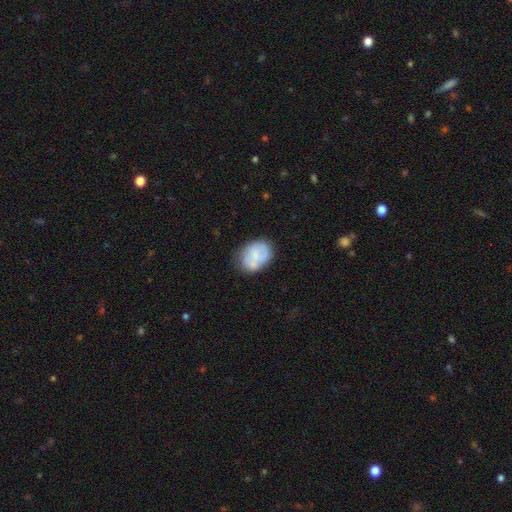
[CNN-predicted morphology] smooth 58%, featured or disk 34%, star or artifact 7%. Down the decision tree: how rounded — in between (66%); merging — none (58%).